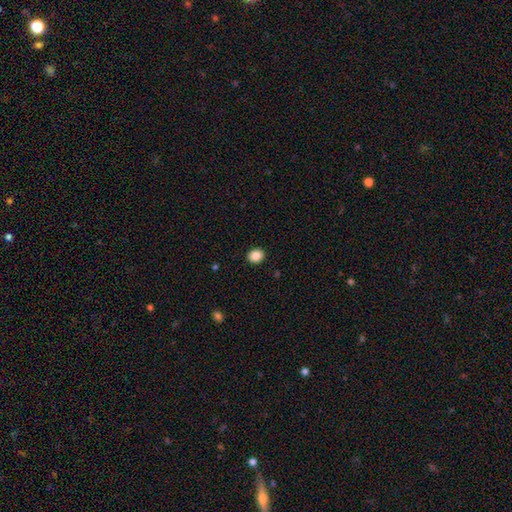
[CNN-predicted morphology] smooth 87%, star or artifact 9%, featured or disk 3%. Down the decision tree: how rounded — round (67%); merging — none (91%).